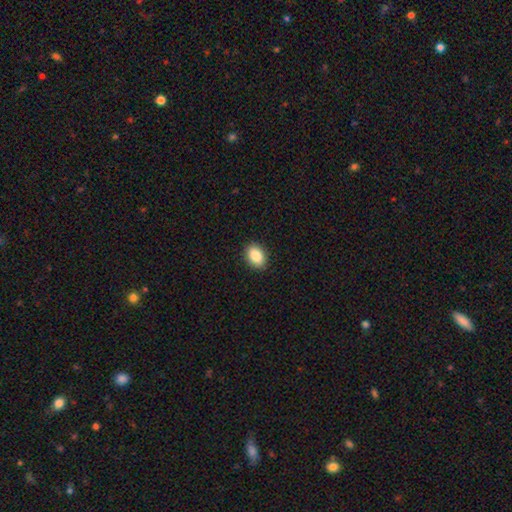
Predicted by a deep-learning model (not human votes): Smooth or featured? Predicted: smooth (p=0.88). How rounded? Predicted: in between (p=0.85). Merging? Predicted: none (p=0.90).